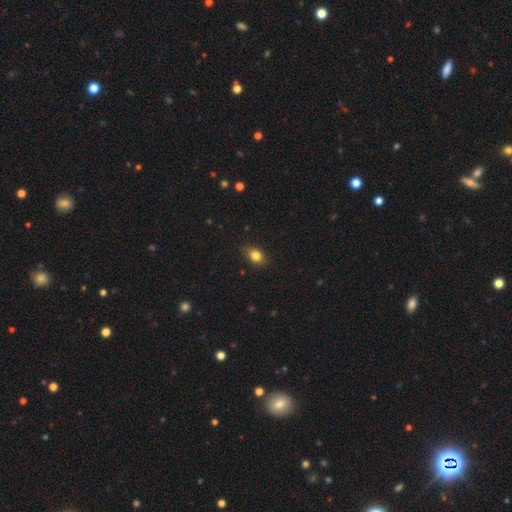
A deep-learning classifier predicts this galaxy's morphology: A smooth galaxy with no disk features (82%) that is in between round and cigar-shaped (69%).

Vote fractions:
- Smooth or featured? smooth: 82% / star or artifact: 10% / featured or disk: 8%
- How rounded? in between: 69% / round: 29% / cigar-shaped: 2%
- Merging? none: 83% / minor disturbance: 14% / major disturbance: 2% / merger: 1%